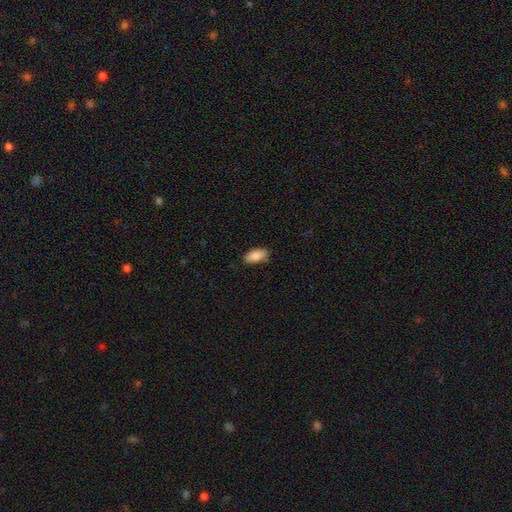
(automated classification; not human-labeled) Q: Smooth or featured?
A: smooth (88%); runner-up: star or artifact (6%)
Q: How rounded?
A: in between (91%); runner-up: cigar-shaped (7%)
Q: Merging?
A: none (81%); runner-up: minor disturbance (15%)